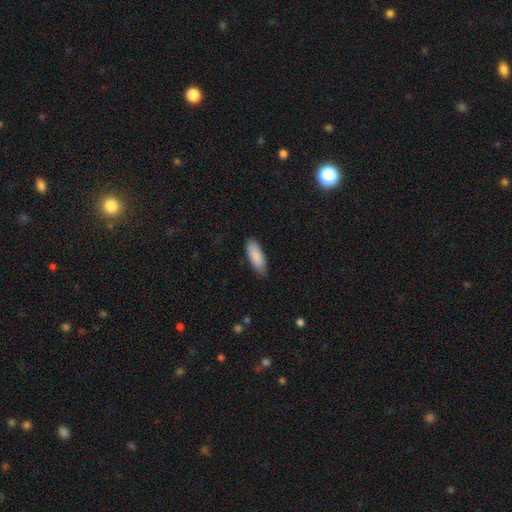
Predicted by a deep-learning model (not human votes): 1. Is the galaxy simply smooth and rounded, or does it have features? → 88% smooth, 6% featured or disk, 6% star or artifact.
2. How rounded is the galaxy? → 71% in between, 27% cigar-shaped, 1% round.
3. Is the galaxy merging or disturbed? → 81% none, 16% minor disturbance, 2% major disturbance, 1% merger.